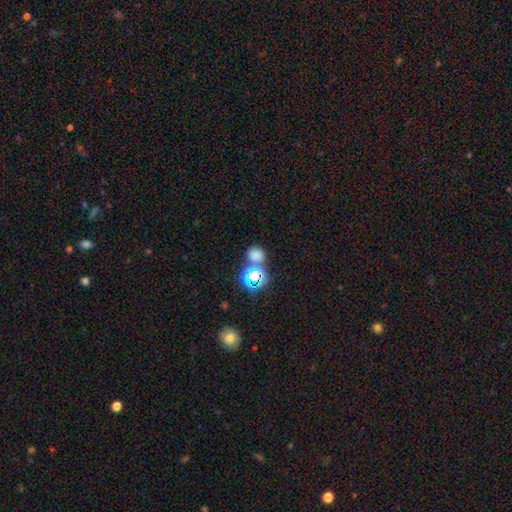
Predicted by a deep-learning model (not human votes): Q: Smooth or featured?
A: smooth (65%); runner-up: star or artifact (29%)
Q: How rounded?
A: round (79%); runner-up: in between (20%)
Q: Merging?
A: none (67%); runner-up: merger (20%)